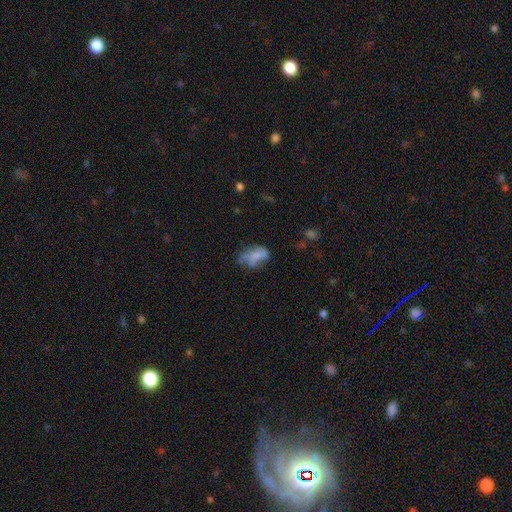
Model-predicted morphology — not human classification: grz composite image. It shows a smooth galaxy with no disk features (65%) that is in between round and cigar-shaped (88%). Merging: none (33%).